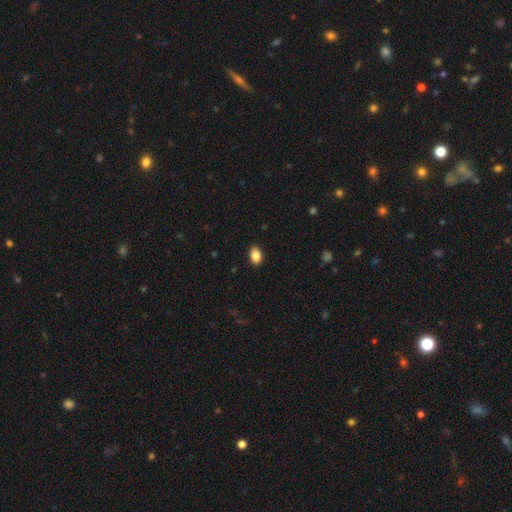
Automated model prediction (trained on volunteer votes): Overall: smooth (87%). How rounded: in between (85%). Merging: none (89%).